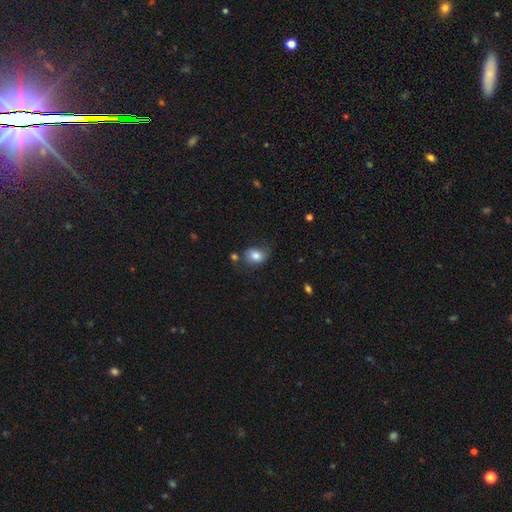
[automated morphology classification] smooth_or_featured: smooth (p=0.75) [alt: featured or disk p=0.16]
how_rounded: in between (p=0.69) [alt: round p=0.29]
merging: none (p=0.60) [alt: minor disturbance p=0.24]